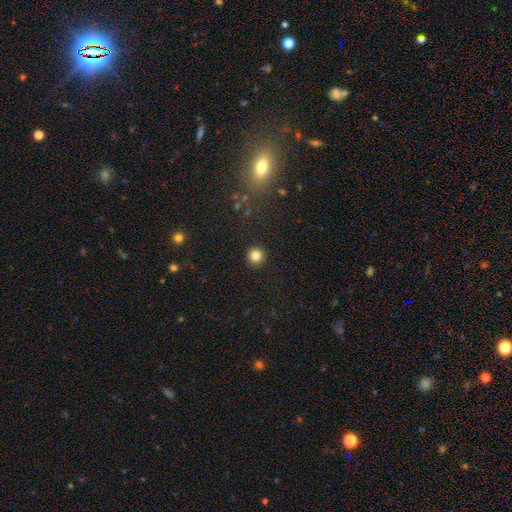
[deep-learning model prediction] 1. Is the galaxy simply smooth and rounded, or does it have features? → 83% smooth, 12% star or artifact, 5% featured or disk.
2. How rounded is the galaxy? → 95% round, 4% in between, 1% cigar-shaped.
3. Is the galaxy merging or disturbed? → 92% none, 5% minor disturbance, 2% major disturbance, 1% merger.